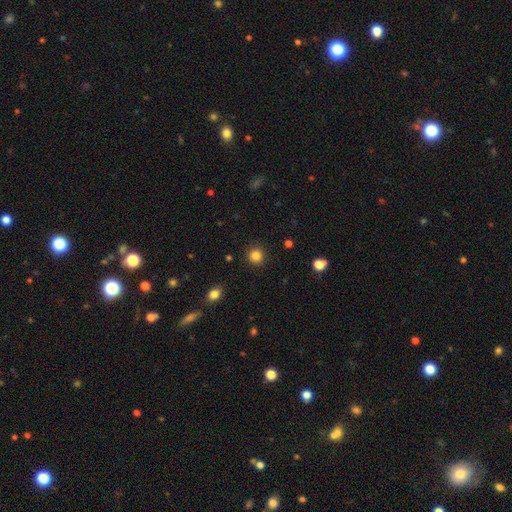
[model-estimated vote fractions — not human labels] Smooth or featured?
  - smooth: 84% *
  - star or artifact: 12%
  - featured or disk: 4%
How rounded?
  - round: 92% *
  - in between: 7%
  - cigar-shaped: 1%
Merging?
  - none: 91% *
  - minor disturbance: 6%
  - major disturbance: 2%
  - merger: 1%